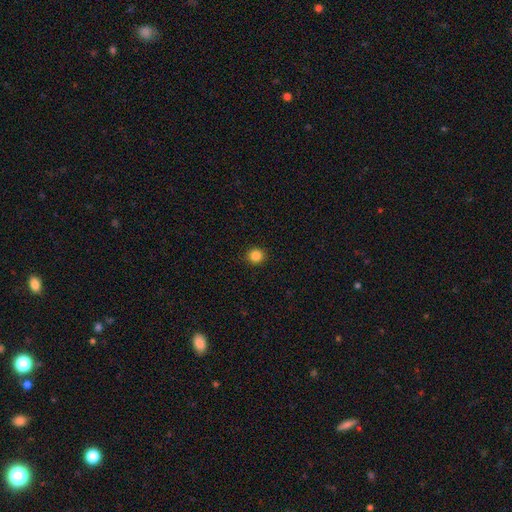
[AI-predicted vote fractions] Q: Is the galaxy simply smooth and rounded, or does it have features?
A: smooth — 85%.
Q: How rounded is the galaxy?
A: round — 92%.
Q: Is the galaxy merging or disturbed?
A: none — 92%.